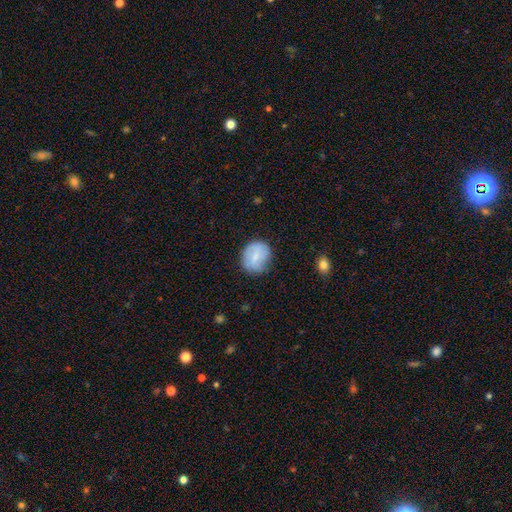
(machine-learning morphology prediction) Overall: smooth (74%). How rounded: round (69%; in between 30%). Merging: none (74%).